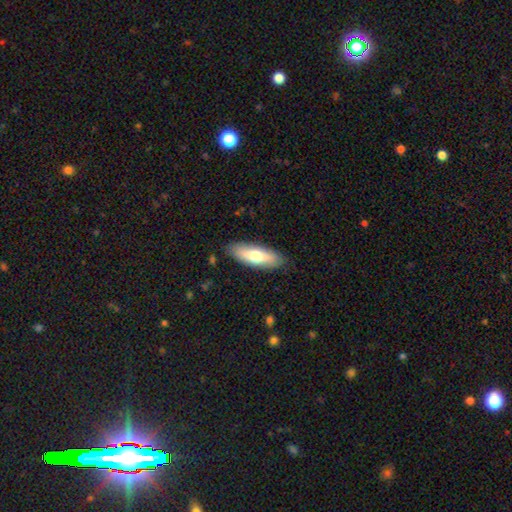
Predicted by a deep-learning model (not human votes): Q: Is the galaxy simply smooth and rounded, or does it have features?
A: smooth — 64%.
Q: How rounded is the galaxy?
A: in between — 60%.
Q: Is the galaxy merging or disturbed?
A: none — 87%.